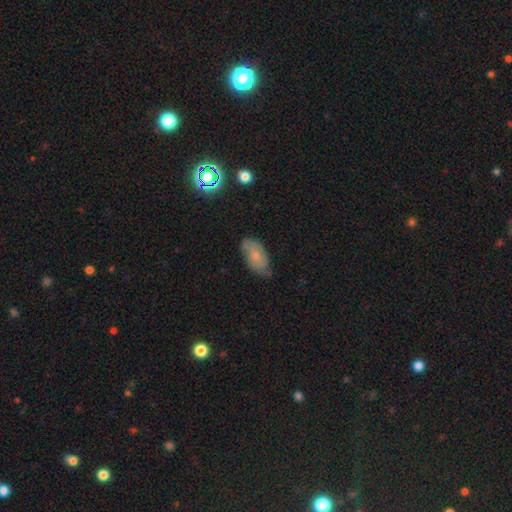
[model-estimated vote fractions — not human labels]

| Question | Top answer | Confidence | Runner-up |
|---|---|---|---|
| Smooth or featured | smooth | 56% | featured or disk (35%) |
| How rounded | in between | 92% | round (5%) |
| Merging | none | 62% | minor disturbance (30%) |